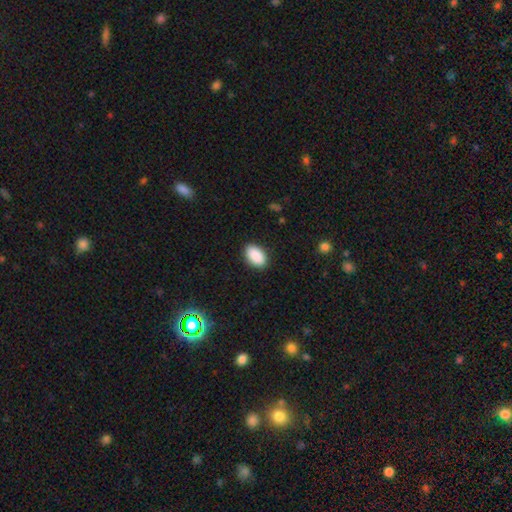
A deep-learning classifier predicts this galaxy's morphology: Smooth or featured: smooth — 91% (star or artifact — 7%)
How rounded: in between — 93% (round — 6%)
Merging: none — 90% (minor disturbance — 7%)